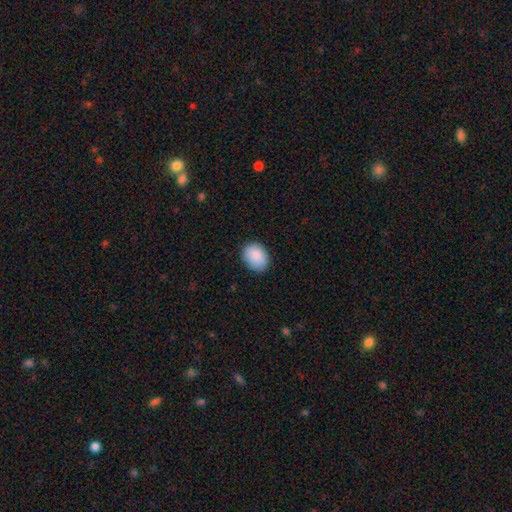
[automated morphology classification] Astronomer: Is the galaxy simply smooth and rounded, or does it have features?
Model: smooth — 89%.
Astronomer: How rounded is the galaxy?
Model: in between — 64%.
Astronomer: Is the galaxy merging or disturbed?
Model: none — 86%.